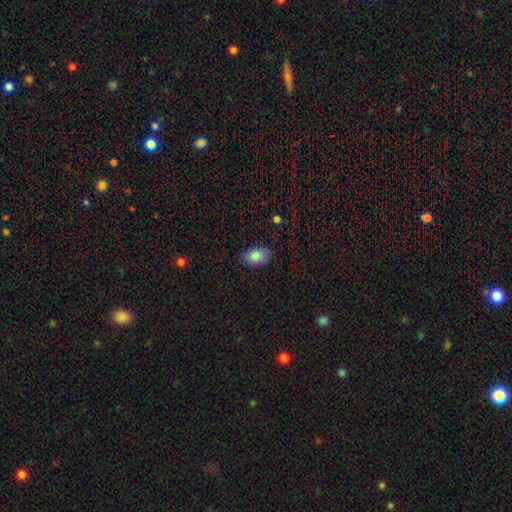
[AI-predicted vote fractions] Smooth or featured?
  - smooth: 85% *
  - star or artifact: 9%
  - featured or disk: 6%
How rounded?
  - in between: 89% *
  - round: 9%
  - cigar-shaped: 2%
Merging?
  - none: 80% *
  - minor disturbance: 16%
  - major disturbance: 3%
  - merger: 1%